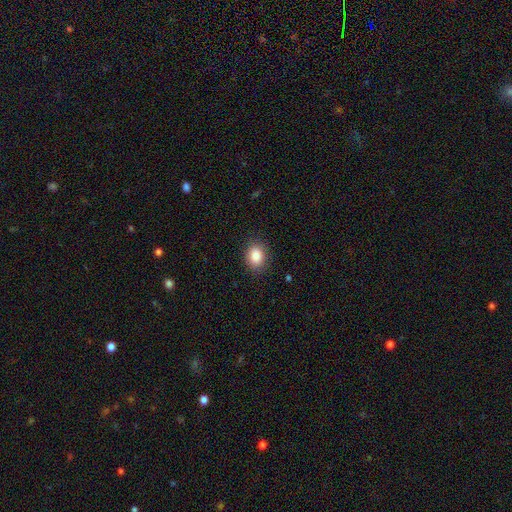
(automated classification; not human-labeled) This is clearly a smooth galaxy (87%). How rounded: likely in between (63%). Merging: clearly none (85%).